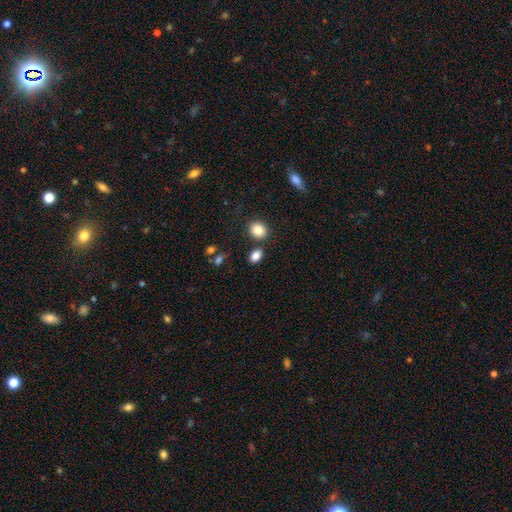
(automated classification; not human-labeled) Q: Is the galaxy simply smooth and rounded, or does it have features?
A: smooth — 85%.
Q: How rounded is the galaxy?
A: in between — 74%.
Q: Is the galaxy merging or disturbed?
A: none — 74%.